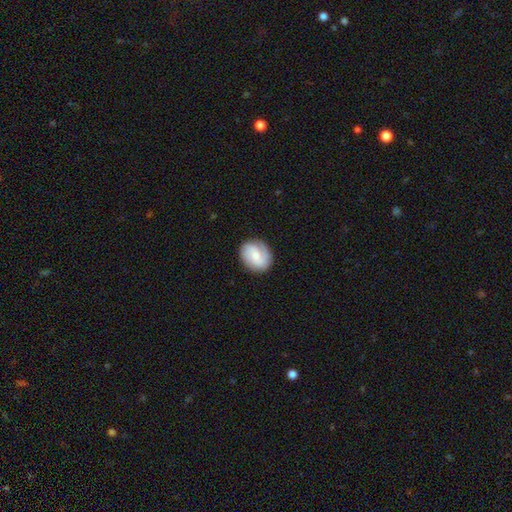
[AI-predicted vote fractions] This appears to be a featured or disk galaxy (48%). Merging: none (80%).